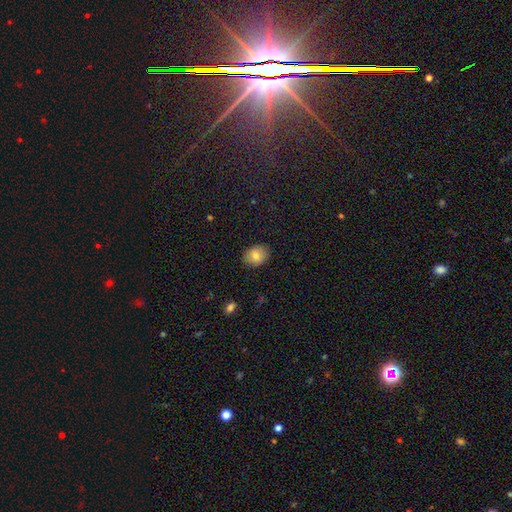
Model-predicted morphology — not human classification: A smooth galaxy with no disk features (79%) that is in between round and cigar-shaped (56%).

Vote fractions:
- Smooth or featured? smooth: 79% / featured or disk: 12% / star or artifact: 9%
- How rounded? in between: 56% / round: 43% / cigar-shaped: 1%
- Merging? none: 87% / minor disturbance: 10% / major disturbance: 2% / merger: 1%